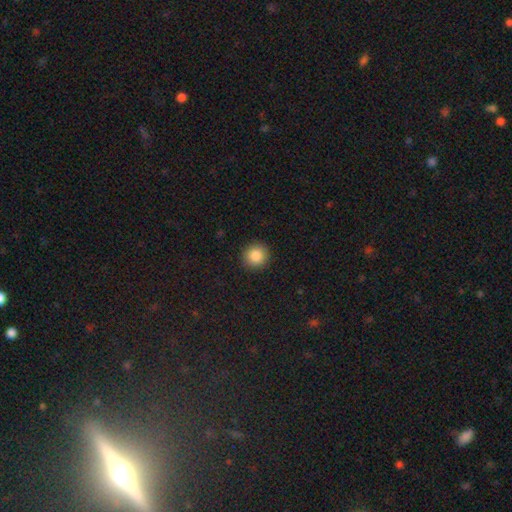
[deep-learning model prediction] Q: Smooth or featured?
A: smooth (86%); runner-up: star or artifact (9%)
Q: How rounded?
A: round (94%); runner-up: in between (5%)
Q: Merging?
A: none (92%); runner-up: minor disturbance (5%)